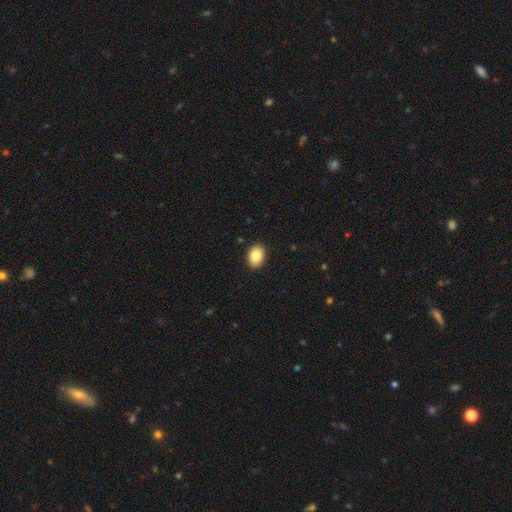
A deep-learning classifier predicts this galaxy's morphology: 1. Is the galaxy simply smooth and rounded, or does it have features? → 83% smooth, 9% featured or disk, 8% star or artifact.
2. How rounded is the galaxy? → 81% in between, 18% round, 1% cigar-shaped.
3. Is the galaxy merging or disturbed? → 91% none, 7% minor disturbance, 2% major disturbance, 1% merger.